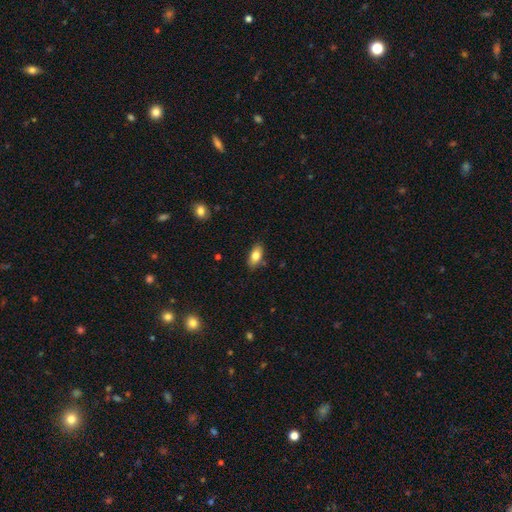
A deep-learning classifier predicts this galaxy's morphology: The model was most divided on "smooth or featured": smooth: 81%, featured or disk: 12%, star or artifact: 7%. More confident: how rounded — in between (90%); merging — none (83%).